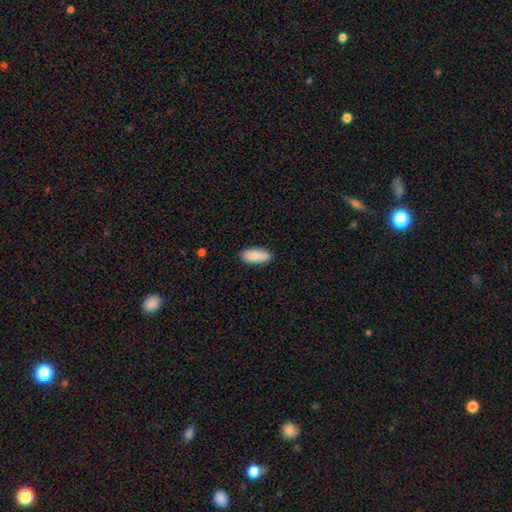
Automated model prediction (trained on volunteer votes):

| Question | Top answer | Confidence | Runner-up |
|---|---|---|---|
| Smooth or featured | smooth | 88% | star or artifact (6%) |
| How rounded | in between | 87% | cigar-shaped (11%) |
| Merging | none | 88% | minor disturbance (9%) |